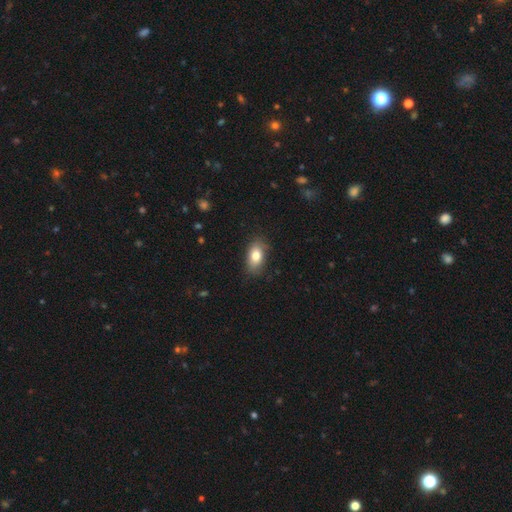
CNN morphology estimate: type=smooth (78%); roundness=in between (88%); merging=none (79%).